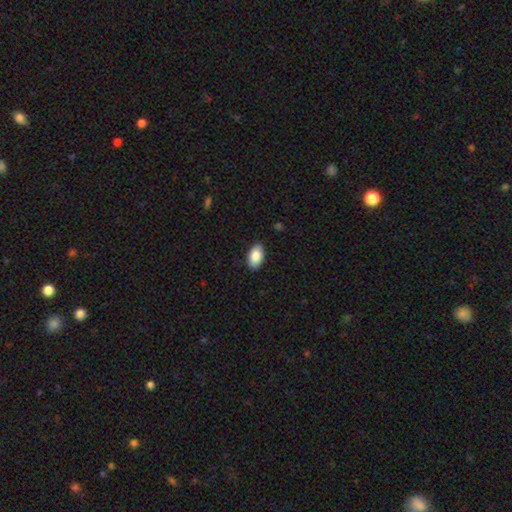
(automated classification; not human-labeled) Morphology: type=smooth (86%); roundness=in between (93%); merging=none (87%).